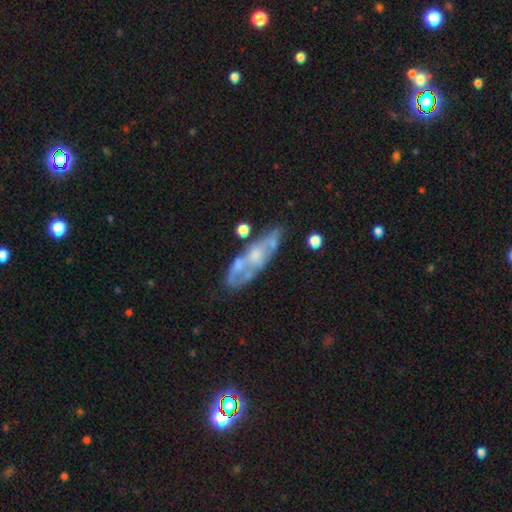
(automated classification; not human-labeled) smooth-or-featured: featured or disk: 65% | smooth: 27% | star or artifact: 8%
  disk-edge-on: no: 75% | yes: 25%
  merging: none: 56% | minor disturbance: 21% | merger: 12% | major disturbance: 11%